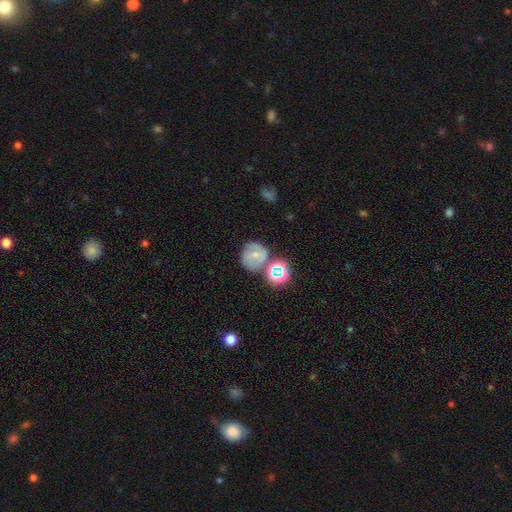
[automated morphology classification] smooth-or-featured: smooth: 45% | featured or disk: 39% | star or artifact: 16%
  merging: none: 58% | merger: 18% | minor disturbance: 17% | major disturbance: 7%